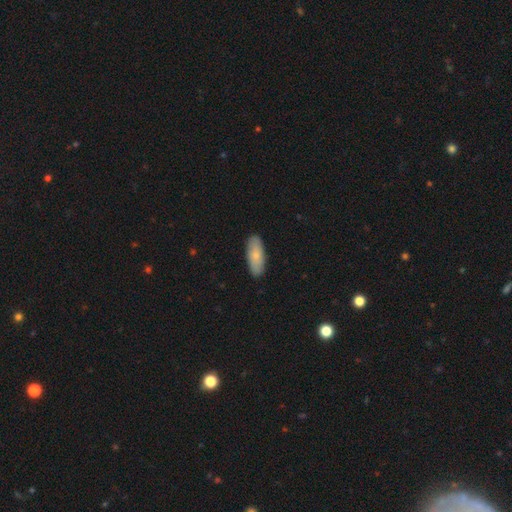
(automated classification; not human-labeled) Smooth or featured?
  - smooth: 75% *
  - featured or disk: 19%
  - star or artifact: 6%
How rounded?
  - in between: 77% *
  - cigar-shaped: 21%
  - round: 2%
Merging?
  - none: 87% *
  - minor disturbance: 10%
  - major disturbance: 2%
  - merger: 1%